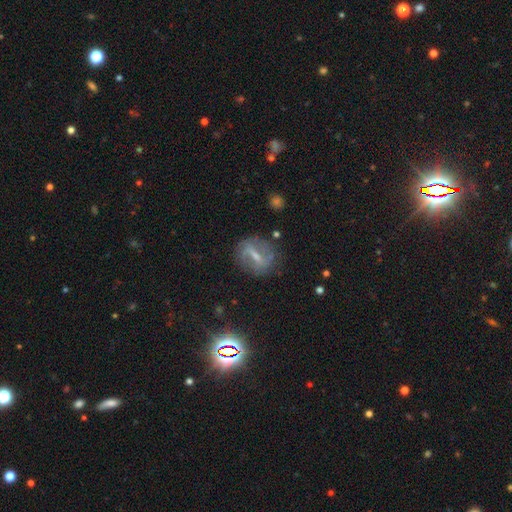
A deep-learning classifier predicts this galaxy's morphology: smooth_or_featured: featured or disk (p=0.61) [alt: smooth p=0.20]
disk_edge_on: no (p=0.86) [alt: yes p=0.14]
bar: strong (p=0.62) [alt: weak p=0.28]
has_spiral_arms: yes (p=0.61) [alt: no p=0.39]
bulge_size: small (p=0.55) [alt: moderate p=0.25]
merging: none (p=0.79) [alt: minor disturbance p=0.13]